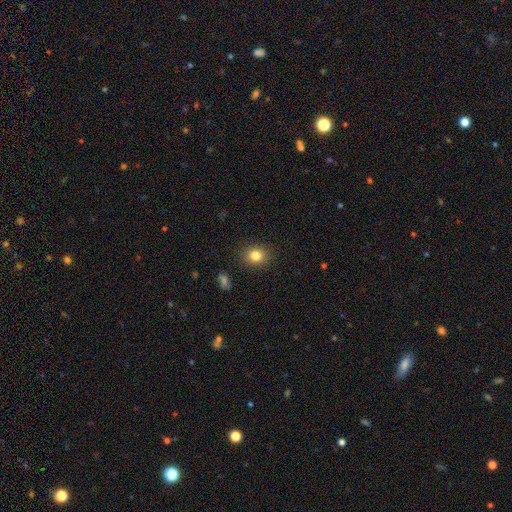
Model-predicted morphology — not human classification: smooth-or-featured: smooth: 82% | star or artifact: 11% | featured or disk: 7%
  how-rounded: round: 64% | in between: 35% | cigar-shaped: 1%
  merging: none: 88% | minor disturbance: 8% | major disturbance: 2% | merger: 1%